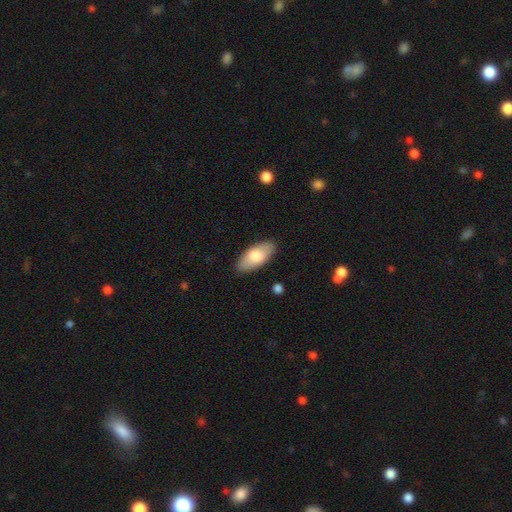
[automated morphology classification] The model was most divided on "smooth or featured": smooth: 76%, featured or disk: 19%, star or artifact: 6%. More confident: how rounded — in between (90%); merging — none (87%).